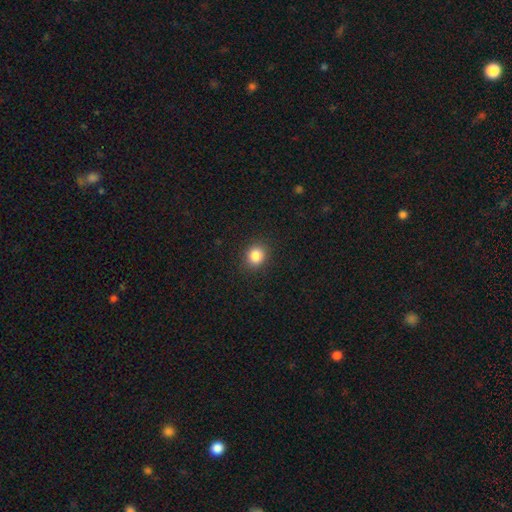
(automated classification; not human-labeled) Overall: smooth (85%). How rounded: round (79%). Merging: none (89%).